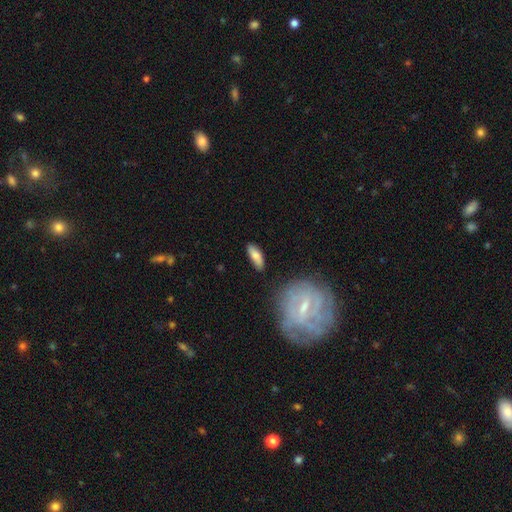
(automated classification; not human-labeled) Smooth or featured: smooth — 77% (featured or disk — 17%)
How rounded: in between — 62% (cigar-shaped — 35%)
Merging: none — 78% (minor disturbance — 16%)